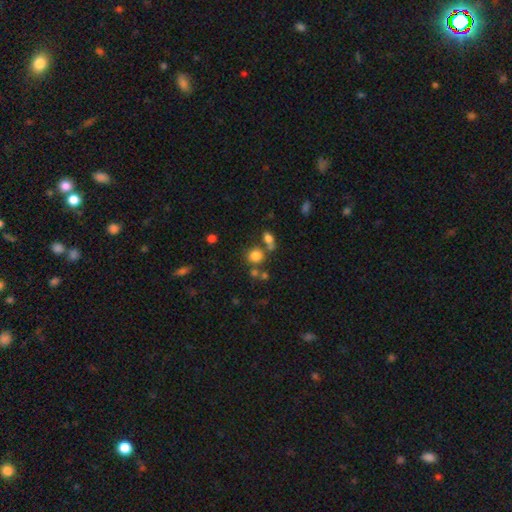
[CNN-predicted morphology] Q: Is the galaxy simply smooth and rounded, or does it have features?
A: smooth — 77%.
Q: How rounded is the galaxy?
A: round — 76%.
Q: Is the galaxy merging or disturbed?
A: none — 59%.